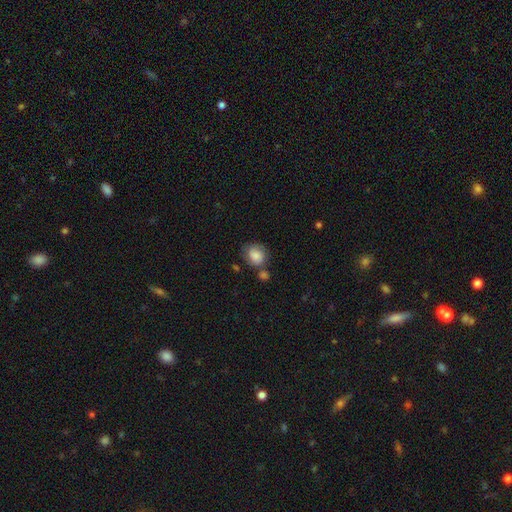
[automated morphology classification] Smooth or featured?
  - smooth: 76% *
  - featured or disk: 15%
  - star or artifact: 8%
How rounded?
  - round: 68% *
  - in between: 31%
  - cigar-shaped: 1%
Merging?
  - none: 55% *
  - minor disturbance: 21%
  - merger: 16%
  - major disturbance: 8%